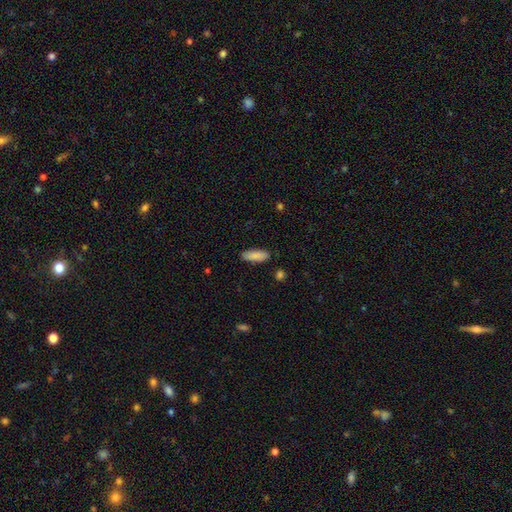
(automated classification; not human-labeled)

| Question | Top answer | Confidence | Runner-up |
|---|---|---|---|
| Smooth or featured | smooth | 87% | featured or disk (6%) |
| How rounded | in between | 68% | cigar-shaped (30%) |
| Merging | none | 87% | minor disturbance (9%) |